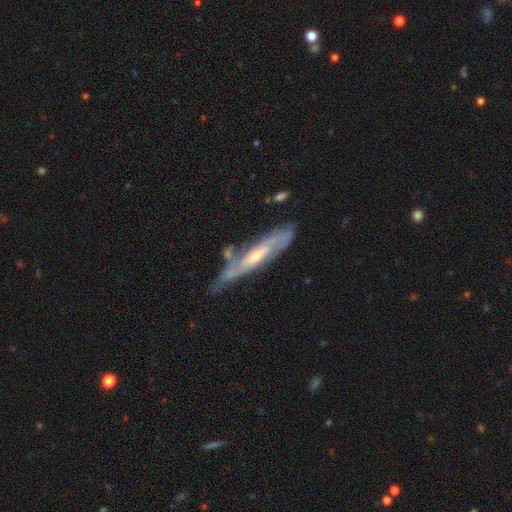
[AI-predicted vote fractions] featured or disk 74%, smooth 21%, star or artifact 6%. Down the decision tree: edge-on disk — no (55%); merging — none (59%).